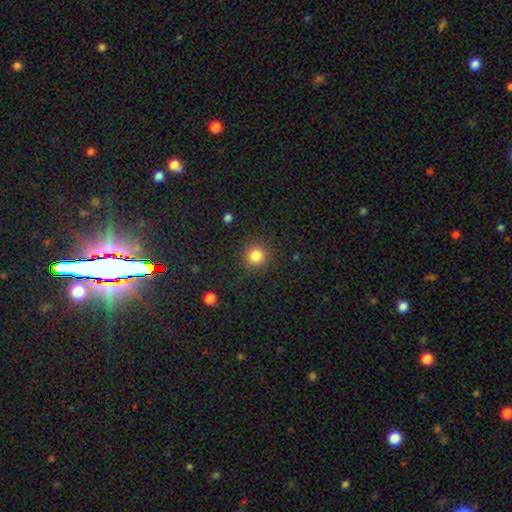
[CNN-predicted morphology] Overall: smooth (84%). How rounded: round (94%). Merging: none (89%).